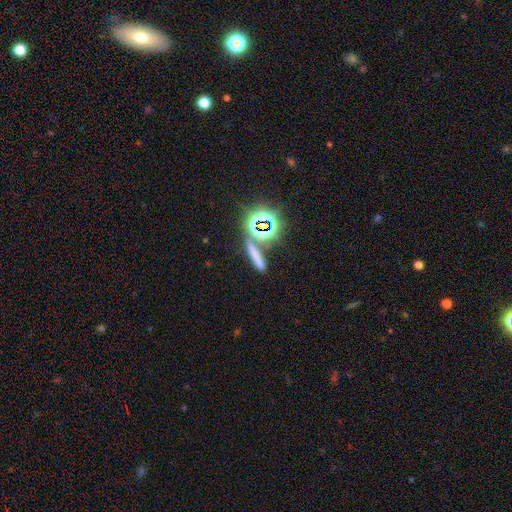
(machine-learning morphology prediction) A smooth galaxy with no disk features (58%) that is cigar-shaped (72%). Merging: none (75%).